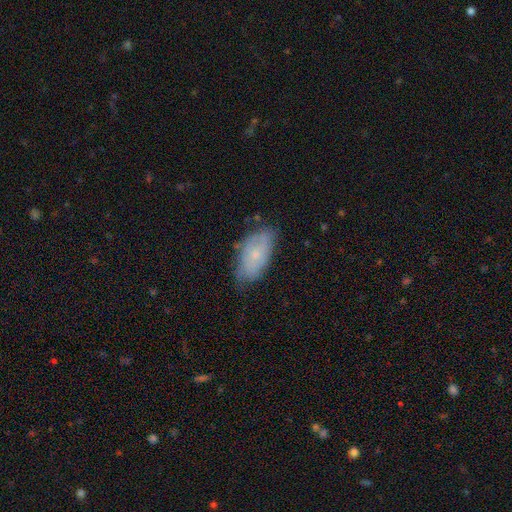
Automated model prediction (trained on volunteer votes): The model was most divided on "smooth or featured": smooth: 54%, featured or disk: 37%, star or artifact: 9%. More confident: how rounded — in between (91%); merging — none (66%).